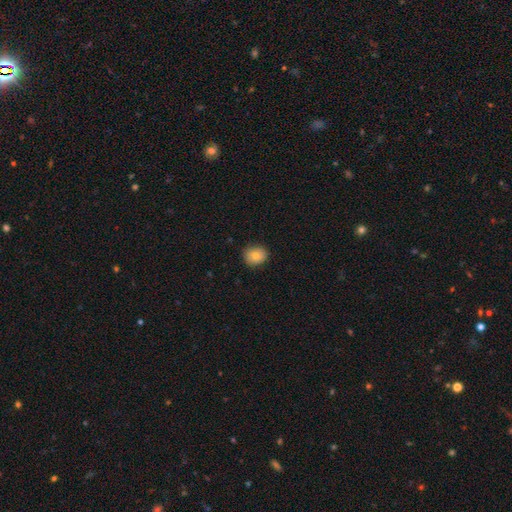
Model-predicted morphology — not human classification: smooth 80%, featured or disk 11%, star or artifact 9%. Down the decision tree: how rounded — round (63%); merging — none (85%).